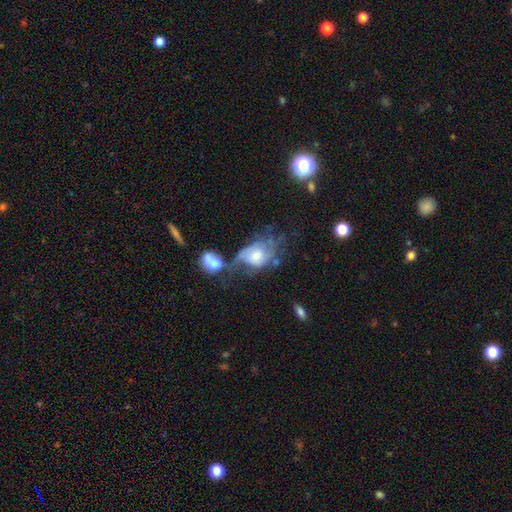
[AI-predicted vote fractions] The model was most divided on "merging": merger: 35%, major disturbance: 27%, none: 21%, minor disturbance: 17%. Remaining: edge-on disk — no (95%); bar — no (77%); spiral arms — yes (59%); smooth or featured — featured or disk (53%); bulge size — moderate (49%).